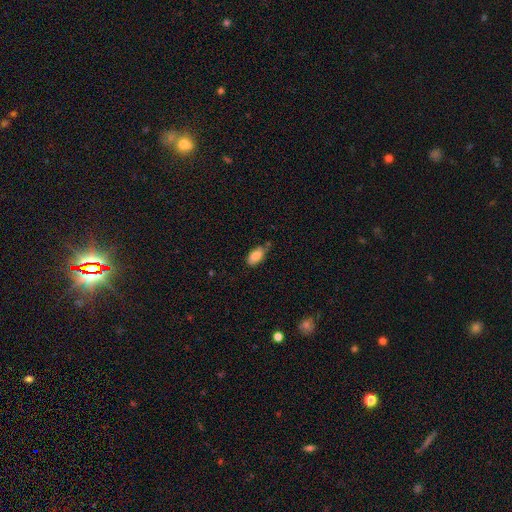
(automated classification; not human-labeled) smooth_or_featured: smooth (p=0.81) [alt: featured or disk p=0.12]
how_rounded: in between (p=0.92) [alt: cigar-shaped p=0.05]
merging: none (p=0.62) [alt: minor disturbance p=0.28]